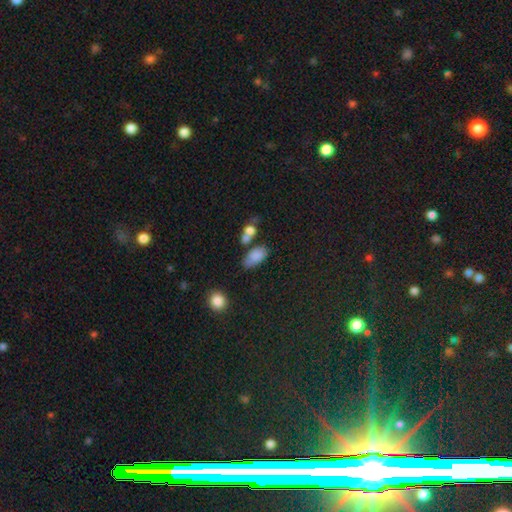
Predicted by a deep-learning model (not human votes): Smooth or featured: smooth — 79% (star or artifact — 11%)
How rounded: in between — 90% (round — 6%)
Merging: none — 51% (merger — 21%)